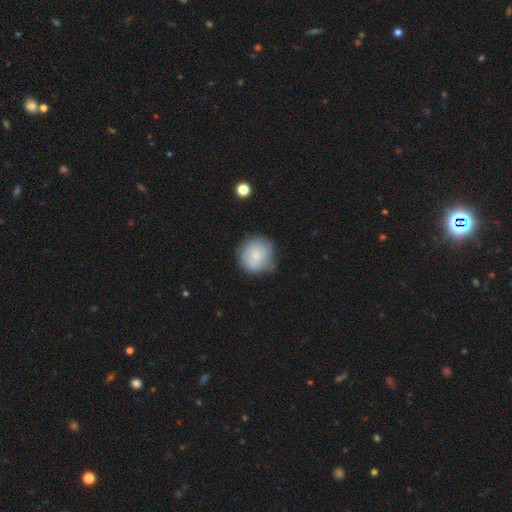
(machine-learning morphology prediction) The model was most divided on "merging": none: 71%, minor disturbance: 22%, major disturbance: 5%, merger: 2%. More confident: how rounded — round (90%); smooth or featured — smooth (82%).